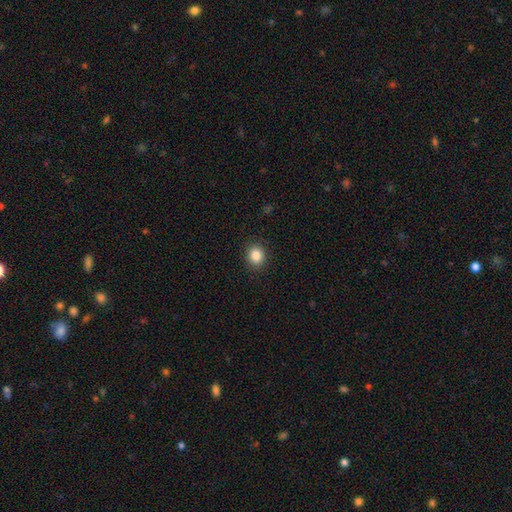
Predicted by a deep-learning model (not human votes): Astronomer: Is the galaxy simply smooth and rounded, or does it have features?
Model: smooth — 86%.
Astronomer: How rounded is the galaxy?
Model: round — 74%.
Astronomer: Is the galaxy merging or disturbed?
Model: none — 90%.